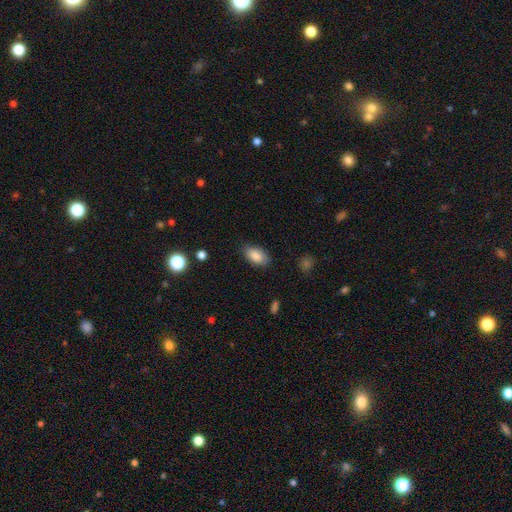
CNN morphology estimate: smooth 87%, star or artifact 7%, featured or disk 6%. Down the decision tree: how rounded — in between (93%); merging — none (83%).